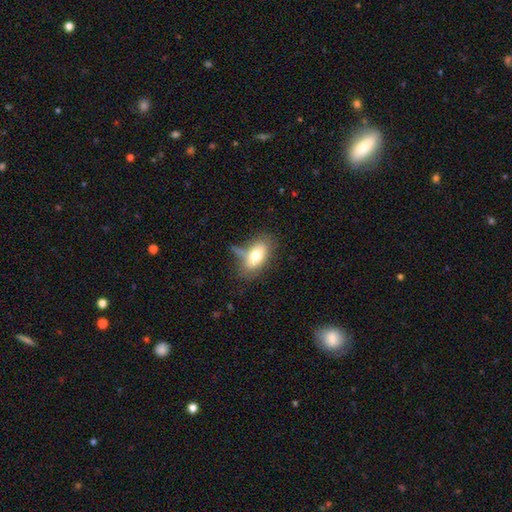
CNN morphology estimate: type=smooth (71%); roundness=in between (89%); merging=none (50%).